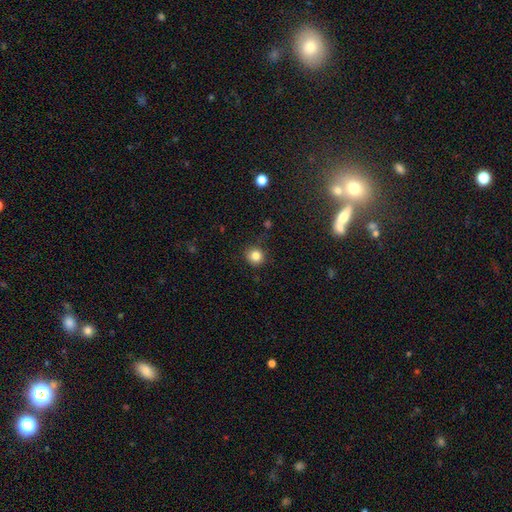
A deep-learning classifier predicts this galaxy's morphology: A smooth galaxy with no disk features (83%) that is round (90%).

Vote fractions:
- Smooth or featured? smooth: 83% / star or artifact: 12% / featured or disk: 5%
- How rounded? round: 90% / in between: 9% / cigar-shaped: 1%
- Merging? none: 84% / minor disturbance: 11% / major disturbance: 3% / merger: 1%